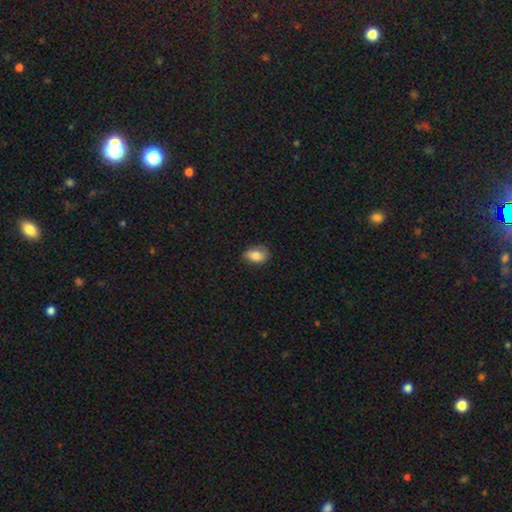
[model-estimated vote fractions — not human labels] smooth 82%, featured or disk 10%, star or artifact 8%. Down the decision tree: how rounded — in between (84%); merging — none (72%).